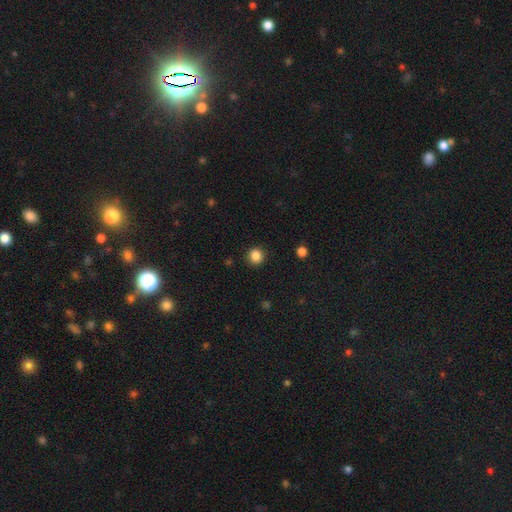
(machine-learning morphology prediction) Smooth or featured: smooth — 85% (star or artifact — 11%)
How rounded: round — 90% (in between — 9%)
Merging: none — 90% (minor disturbance — 6%)